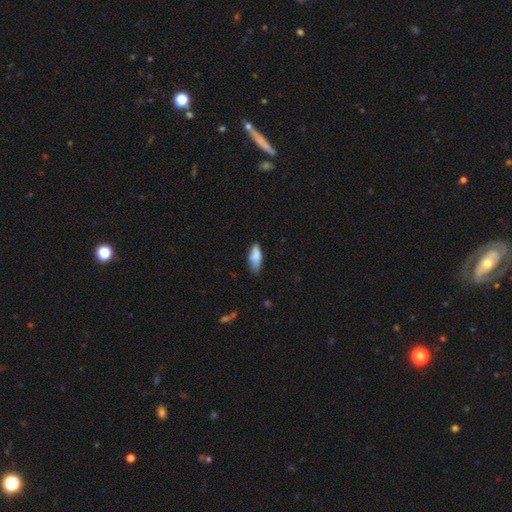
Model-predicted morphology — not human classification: The model was most divided on "merging": none: 57%, minor disturbance: 34%, major disturbance: 7%, merger: 3%. More confident: smooth or featured — smooth (80%); how rounded — in between (77%).